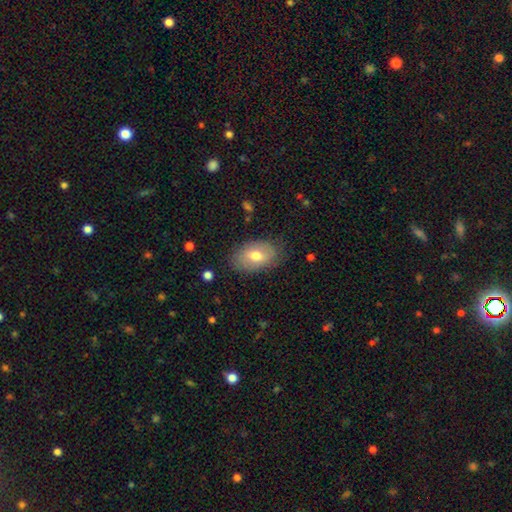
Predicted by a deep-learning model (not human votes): Q: Smooth or featured?
A: smooth (67%); runner-up: featured or disk (26%)
Q: How rounded?
A: in between (90%); runner-up: round (9%)
Q: Merging?
A: none (81%); runner-up: minor disturbance (14%)